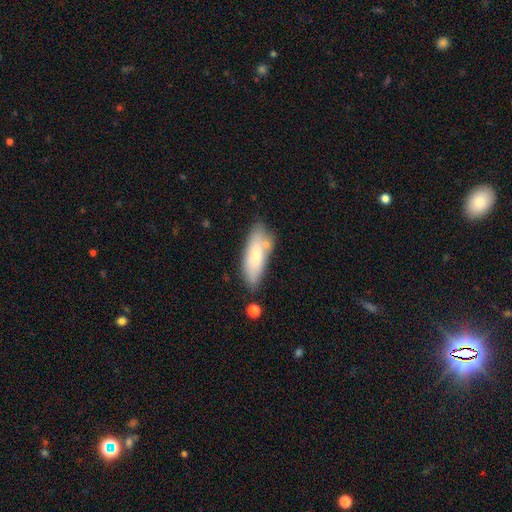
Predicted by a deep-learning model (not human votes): A smooth galaxy with no disk features (73%) that is in between round and cigar-shaped (63%). Merging: none (66%).